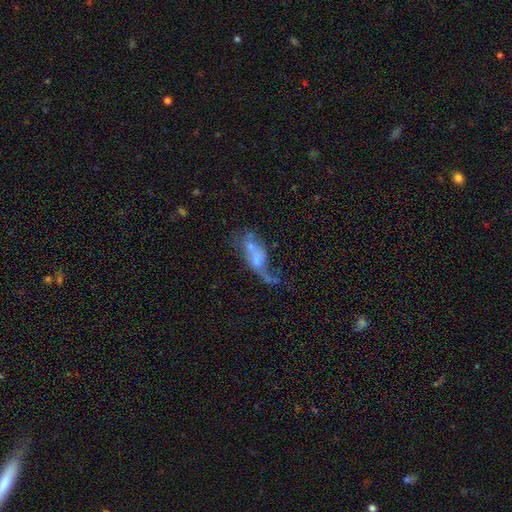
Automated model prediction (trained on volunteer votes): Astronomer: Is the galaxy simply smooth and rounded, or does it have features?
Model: featured or disk — 60%.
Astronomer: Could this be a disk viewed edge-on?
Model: no — 89%.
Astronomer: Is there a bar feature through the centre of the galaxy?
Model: no — 72%.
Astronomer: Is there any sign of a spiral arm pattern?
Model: yes — 52% (runner-up: no, 48%).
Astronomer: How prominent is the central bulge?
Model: small — 41% (runner-up: none, 29%).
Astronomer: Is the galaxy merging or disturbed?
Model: major disturbance — 37% (runner-up: none, 24%).